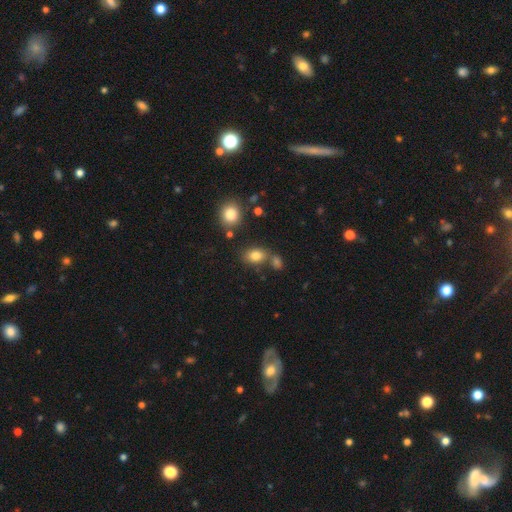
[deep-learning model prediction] Smooth or featured: smooth — 80% (star or artifact — 12%)
How rounded: in between — 72% (round — 27%)
Merging: none — 64% (merger — 18%)